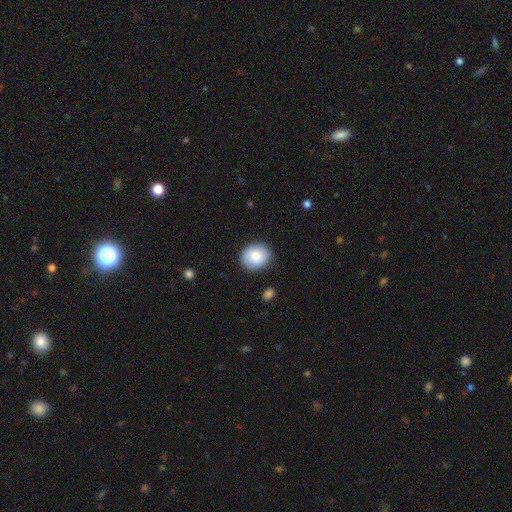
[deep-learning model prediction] smooth 69%, featured or disk 24%, star or artifact 7%. Down the decision tree: how rounded — round (71%); merging — none (83%).